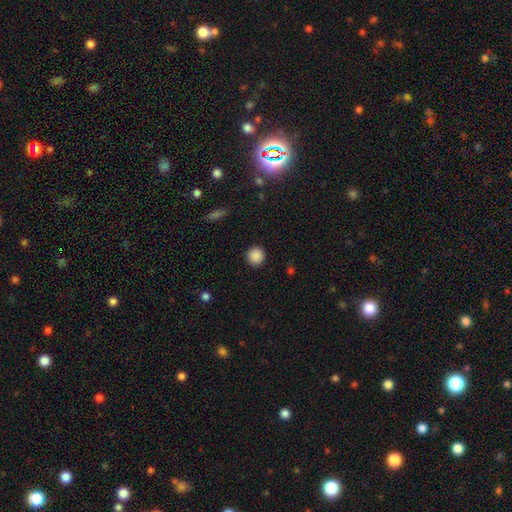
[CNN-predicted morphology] A smooth galaxy with no disk features (88%) that is round (94%). Merging: none (91%).